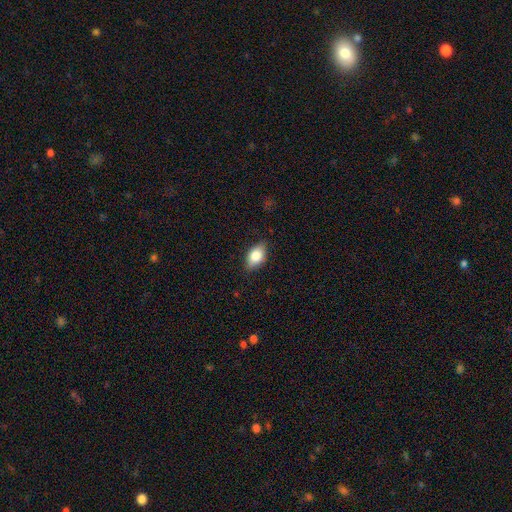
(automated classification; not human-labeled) Overall: smooth (78%). How rounded: in between (87%). Merging: none (81%).